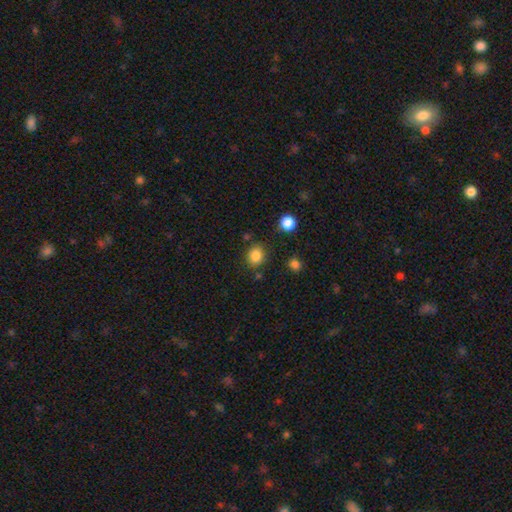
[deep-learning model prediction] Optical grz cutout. It shows a smooth galaxy with no disk features (84%) that is round (75%). Merging: none (83%).